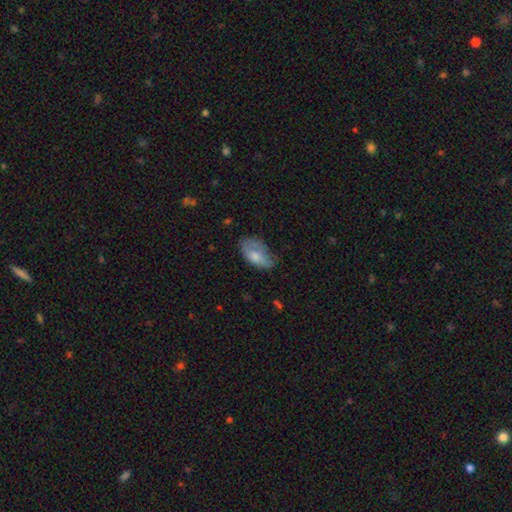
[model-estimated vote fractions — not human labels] The model was most divided on "merging": none: 44%, minor disturbance: 37%, major disturbance: 17%, merger: 2%. More confident: how rounded — in between (93%); smooth or featured — smooth (71%).